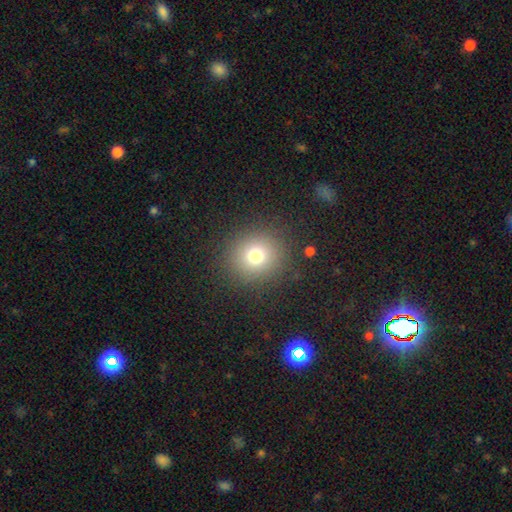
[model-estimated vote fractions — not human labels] A smooth galaxy with no disk features (74%) that is round (88%).

Vote fractions:
- Smooth or featured? smooth: 74% / star or artifact: 16% / featured or disk: 10%
- How rounded? round: 88% / in between: 11% / cigar-shaped: 1%
- Merging? none: 87% / minor disturbance: 8% / major disturbance: 4% / merger: 1%